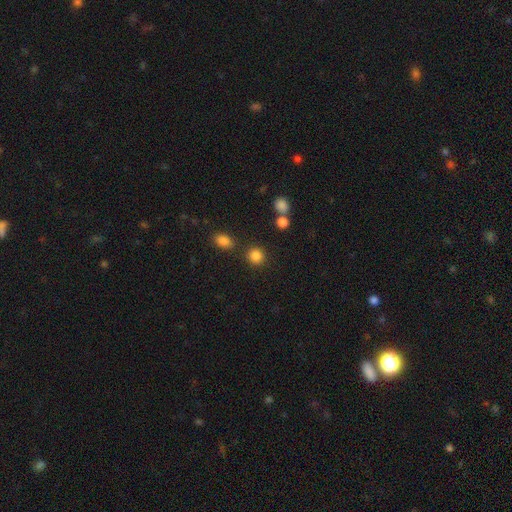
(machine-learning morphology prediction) The model was most divided on "smooth or featured": smooth: 85%, star or artifact: 11%, featured or disk: 4%. More confident: how rounded — round (87%); merging — none (82%).